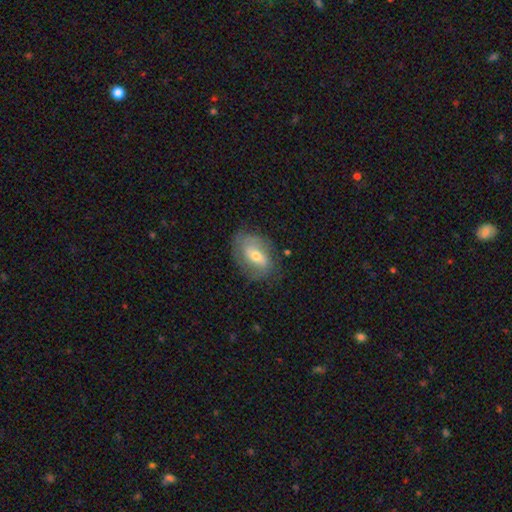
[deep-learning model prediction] Smooth or featured: featured or disk — 54% (smooth — 38%)
Edge-on disk: no — 91% (yes — 9%)
Merging: none — 68% (minor disturbance — 22%)